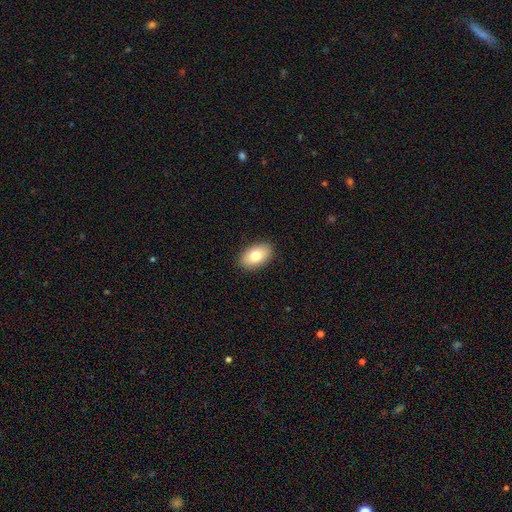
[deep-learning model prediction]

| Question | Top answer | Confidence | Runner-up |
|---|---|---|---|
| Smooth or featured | smooth | 78% | featured or disk (15%) |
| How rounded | in between | 91% | round (7%) |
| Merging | none | 89% | minor disturbance (8%) |